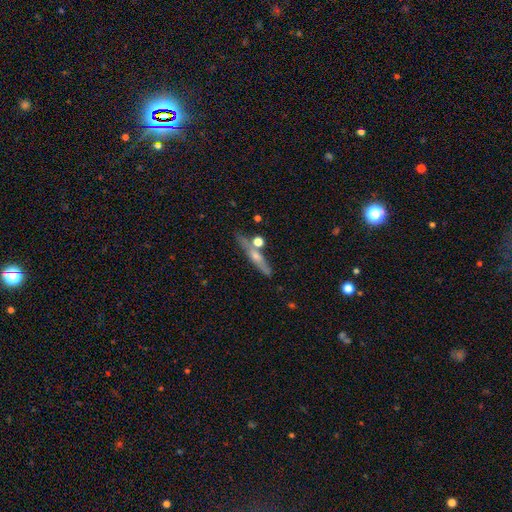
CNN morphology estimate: smooth_or_featured: featured or disk (p=0.57) [alt: smooth p=0.34]
disk_edge_on: yes (p=0.89) [alt: no p=0.11]
edge_on_bulge: rounded (p=0.76) [alt: none p=0.19]
merging: none (p=0.71) [alt: minor disturbance p=0.14]